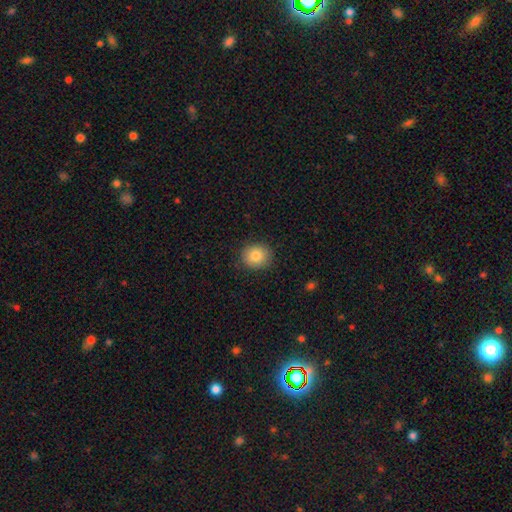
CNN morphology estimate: smooth_or_featured: smooth (p=0.83) [alt: star or artifact p=0.10]
how_rounded: round (p=0.80) [alt: in between p=0.19]
merging: none (p=0.88) [alt: minor disturbance p=0.08]